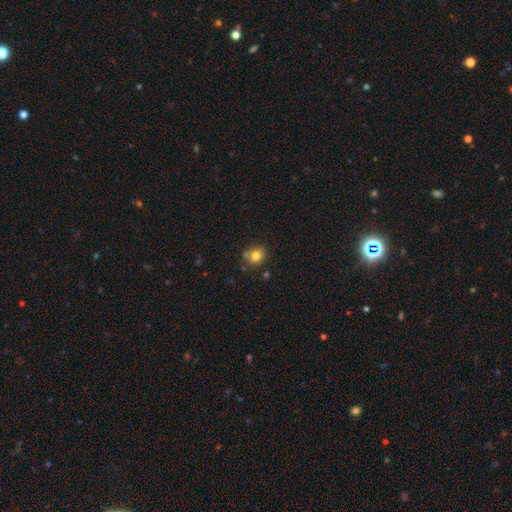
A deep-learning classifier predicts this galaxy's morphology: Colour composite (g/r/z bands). It shows a smooth galaxy with no disk features (80%) that is round (85%). Merging: none (73%).